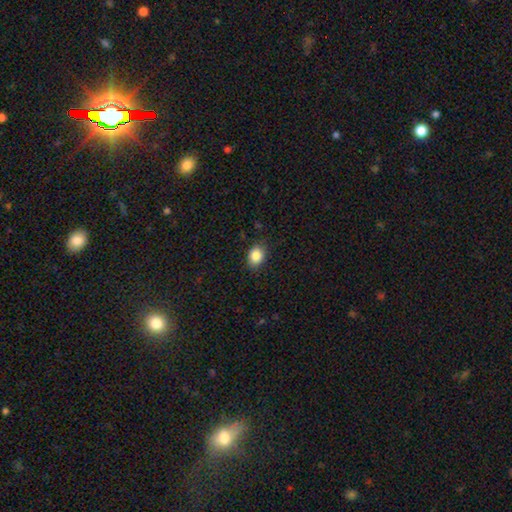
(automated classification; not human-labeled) Overall: smooth (86%). How rounded: in between (66%; round 33%). Merging: none (83%).